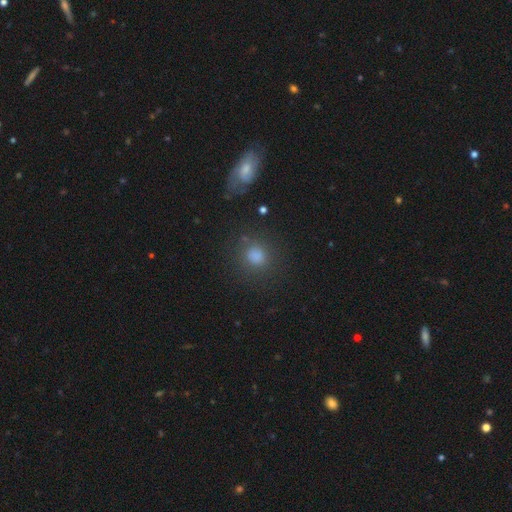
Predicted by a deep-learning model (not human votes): A smooth galaxy with no disk features (73%) that is round (81%). Merging: none (79%).